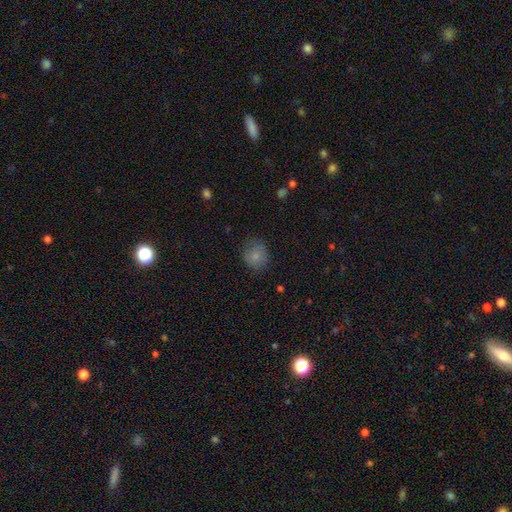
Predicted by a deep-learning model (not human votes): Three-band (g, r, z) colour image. It shows a smooth galaxy with no disk features (80%) that is round (71%). Merging: none (71%).